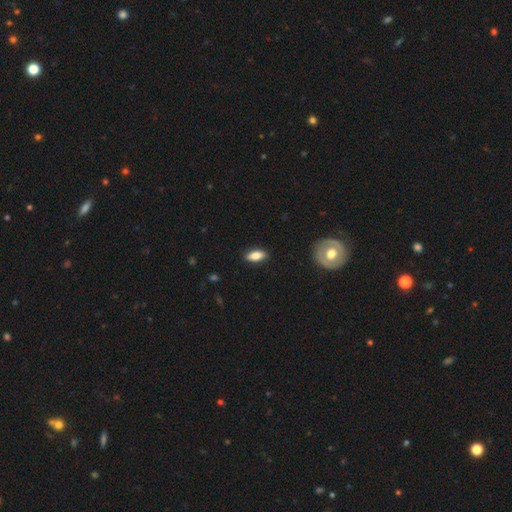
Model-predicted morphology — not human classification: This is clearly a smooth galaxy (83%). How rounded: clearly in between (86%). Merging: clearly none (87%).